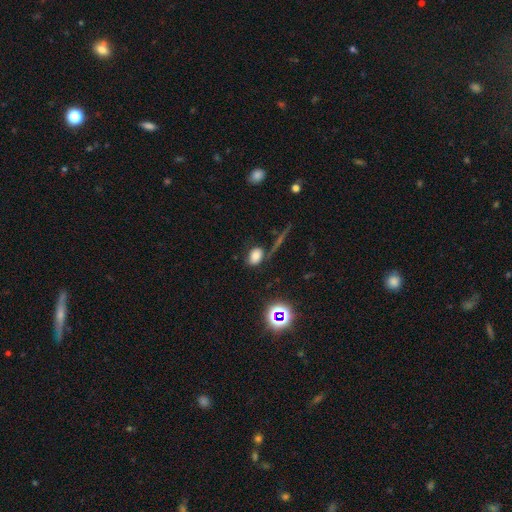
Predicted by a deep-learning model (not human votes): Smooth or featured?
  - smooth: 72% *
  - star or artifact: 17%
  - featured or disk: 10%
How rounded?
  - in between: 76% *
  - round: 22%
  - cigar-shaped: 2%
Merging?
  - none: 71% *
  - minor disturbance: 17%
  - major disturbance: 7%
  - merger: 6%